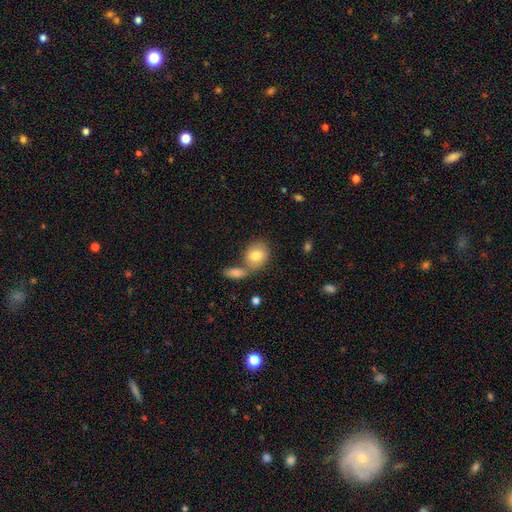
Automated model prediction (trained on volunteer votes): Smooth or featured?
  - smooth: 80% *
  - featured or disk: 13%
  - star or artifact: 7%
How rounded?
  - round: 53% *
  - in between: 46%
  - cigar-shaped: 1%
Merging?
  - none: 46% *
  - merger: 38%
  - minor disturbance: 12%
  - major disturbance: 4%